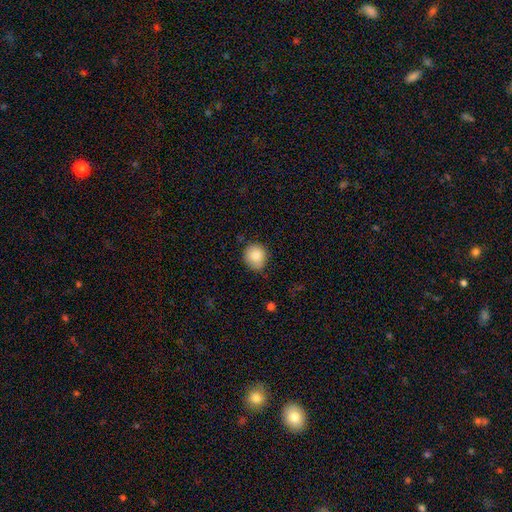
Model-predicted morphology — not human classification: smooth_or_featured: smooth (p=0.87) [alt: star or artifact p=0.08]
how_rounded: round (p=0.79) [alt: in between p=0.20]
merging: none (p=0.72) [alt: minor disturbance p=0.23]